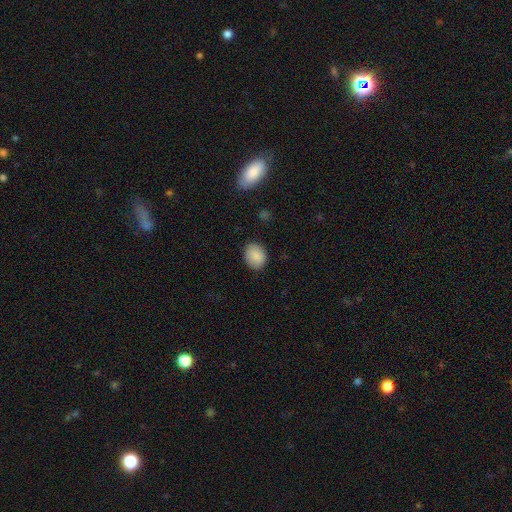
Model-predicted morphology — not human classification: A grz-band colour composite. It shows a smooth galaxy with no disk features (88%) that is in between round and cigar-shaped (53%). Merging: none (86%).